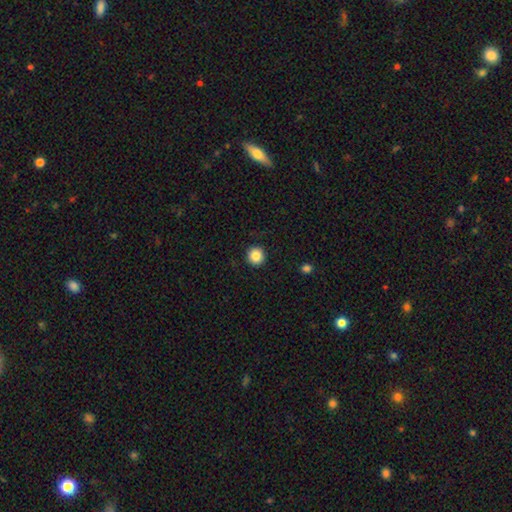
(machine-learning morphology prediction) A smooth galaxy with no disk features (85%) that is round (94%). Merging: none (91%).